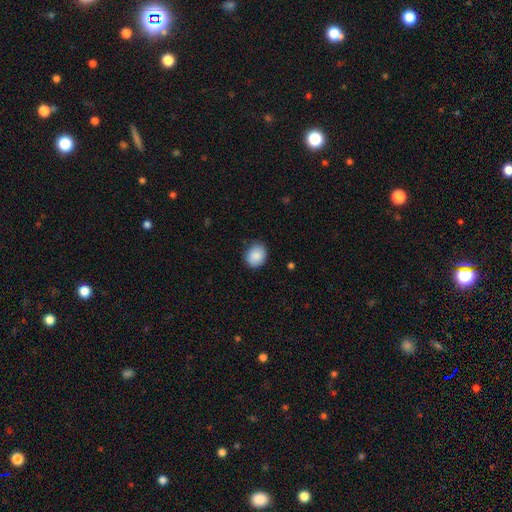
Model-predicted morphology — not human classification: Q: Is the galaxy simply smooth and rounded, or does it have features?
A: smooth — 87%.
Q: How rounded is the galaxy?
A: round — 72%.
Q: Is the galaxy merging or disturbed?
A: none — 81%.